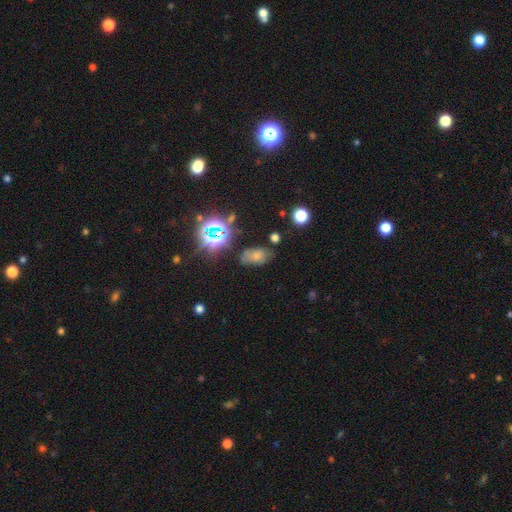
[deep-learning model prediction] Smooth or featured? Predicted: smooth (p=0.55). How rounded? Predicted: in between (p=0.88). Merging? Predicted: none (p=0.61).